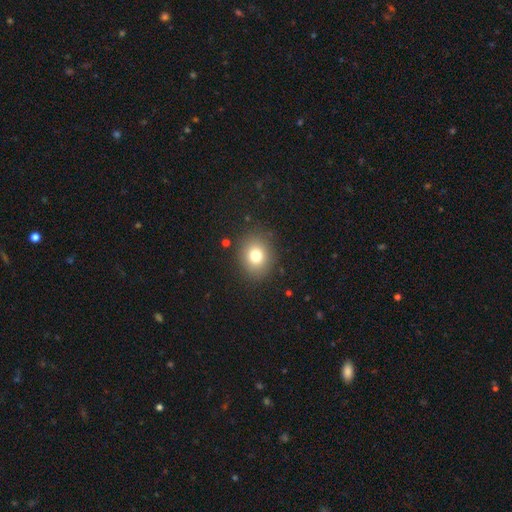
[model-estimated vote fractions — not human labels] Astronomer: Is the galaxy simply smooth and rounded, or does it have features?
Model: smooth — 77%.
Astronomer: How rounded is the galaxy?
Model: round — 67%.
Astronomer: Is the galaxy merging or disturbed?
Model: none — 87%.